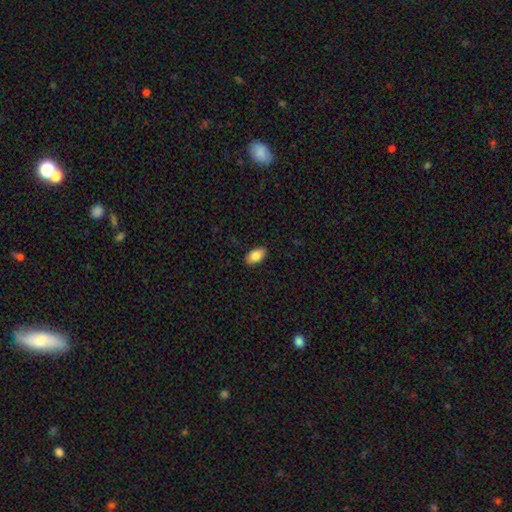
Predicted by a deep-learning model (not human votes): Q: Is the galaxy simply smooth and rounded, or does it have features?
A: smooth — 85%.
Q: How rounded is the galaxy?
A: in between — 93%.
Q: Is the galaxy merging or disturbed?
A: none — 89%.